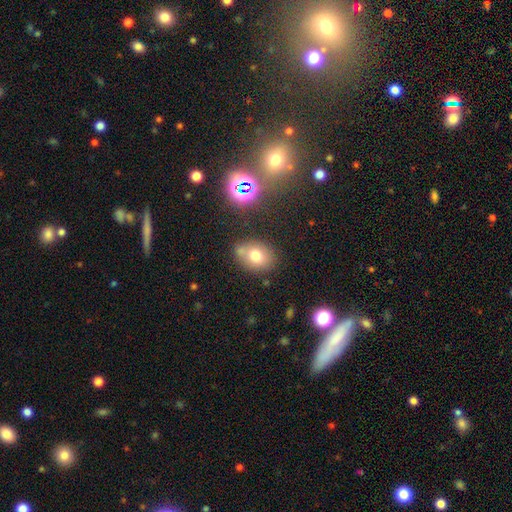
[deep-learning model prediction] Overall: smooth (72%). How rounded: in between (64%; round 35%). Merging: none (62%).